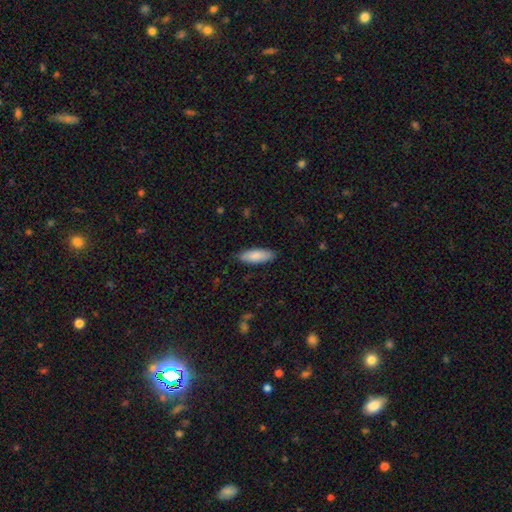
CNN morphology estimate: This is clearly a smooth galaxy (87%). How rounded: likely in between (66%). Merging: clearly none (87%).